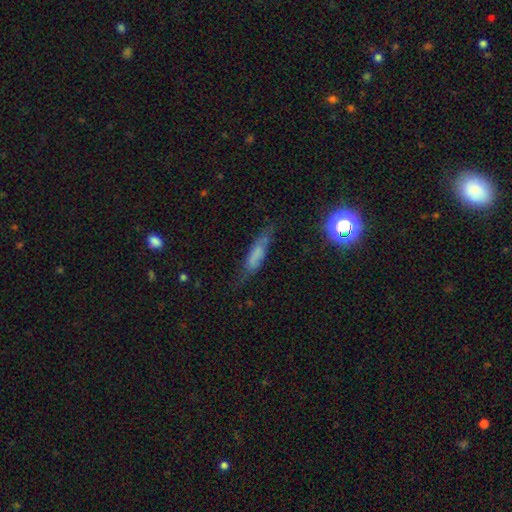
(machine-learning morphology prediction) Overall: smooth (61%; featured or disk 28%). How rounded: cigar-shaped (62%; in between 35%). Merging: none (53%; minor disturbance 29%).